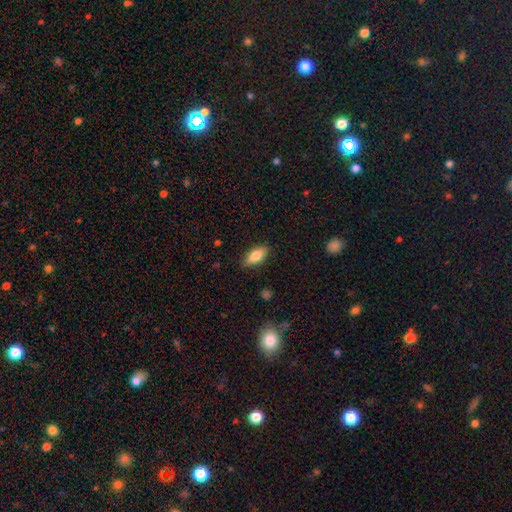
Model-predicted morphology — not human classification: This appears to be a smooth galaxy with no disk features (78%) that is in between round and cigar-shaped (81%). Merging: none (86%).